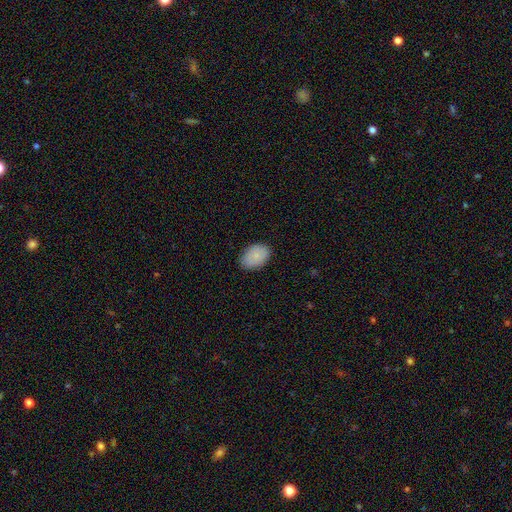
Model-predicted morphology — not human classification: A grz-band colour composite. It shows a smooth galaxy with no disk features (82%) that is in between round and cigar-shaped (84%). Merging: none (82%).